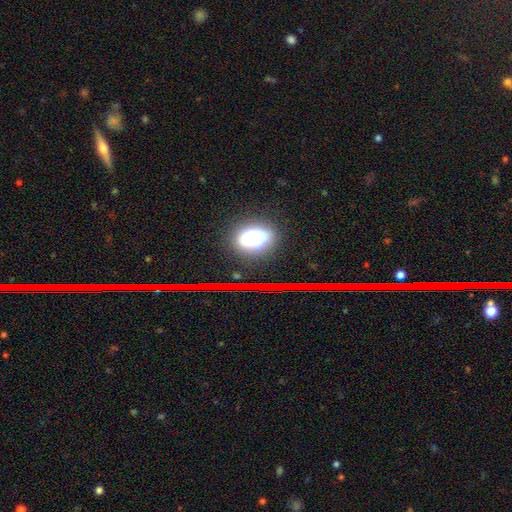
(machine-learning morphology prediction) A star or artifact, not a galaxy (53%).